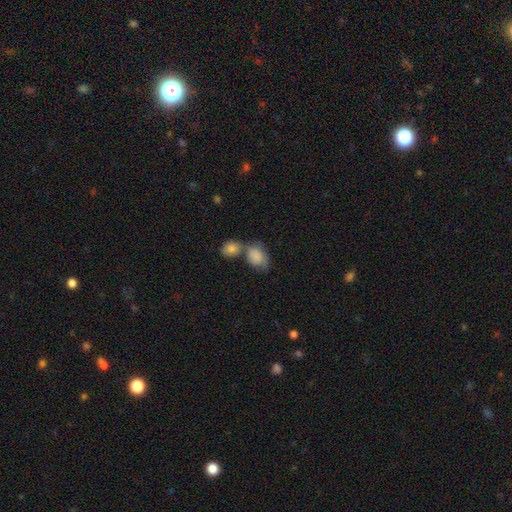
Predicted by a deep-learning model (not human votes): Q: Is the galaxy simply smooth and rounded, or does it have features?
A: smooth — 84%.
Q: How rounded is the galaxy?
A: in between — 79%.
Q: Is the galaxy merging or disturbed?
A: merger — 48%.